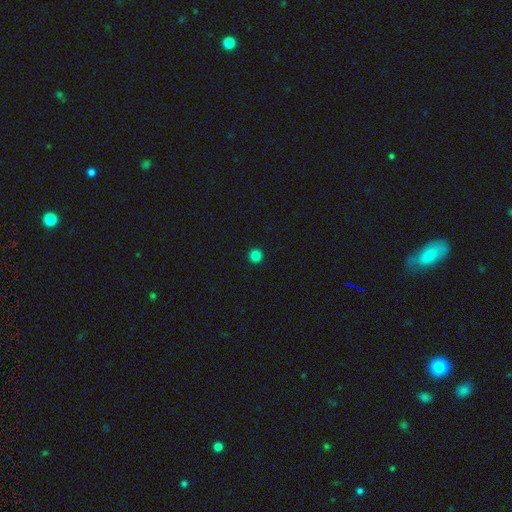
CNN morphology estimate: This appears to be a smooth galaxy with no disk features (84%) that is round (96%). Merging: none (94%).